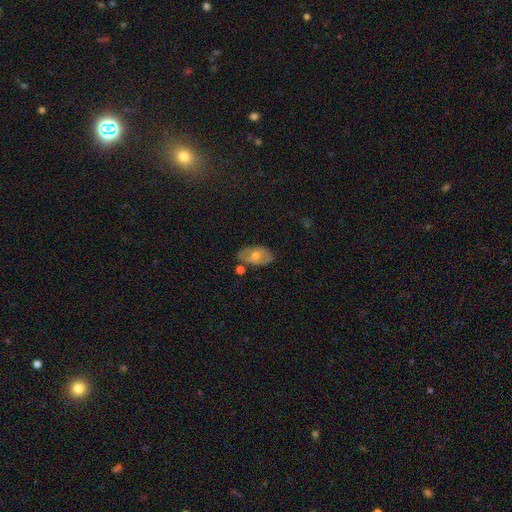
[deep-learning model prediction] Overall: smooth (49%; featured or disk 43%). Merging: none (72%).